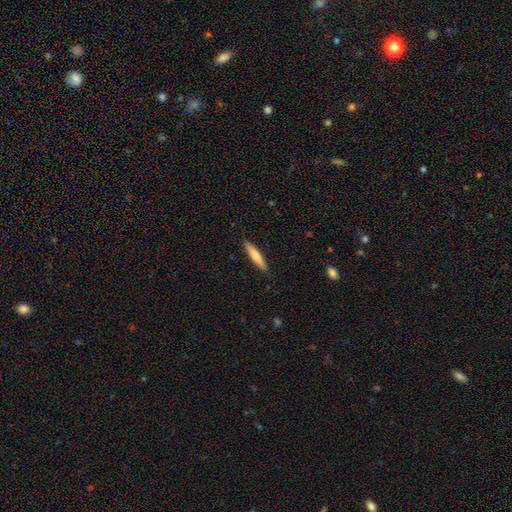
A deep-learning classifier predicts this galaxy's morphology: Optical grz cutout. It shows a smooth galaxy with no disk features (65%) that is cigar-shaped (89%). Merging: none (89%).